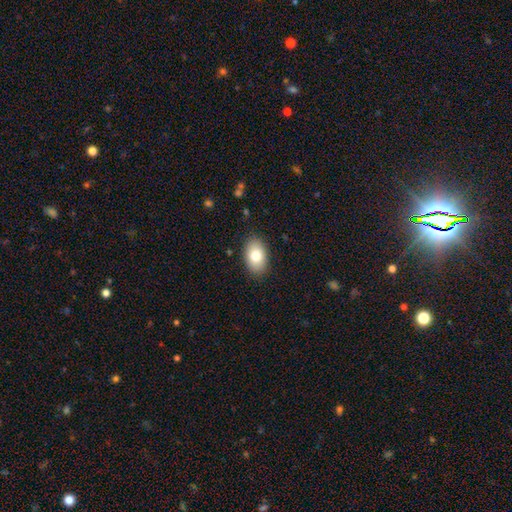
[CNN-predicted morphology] The model was most divided on "smooth or featured": smooth: 81%, featured or disk: 12%, star or artifact: 7%. More confident: how rounded — in between (91%); merging — none (88%).